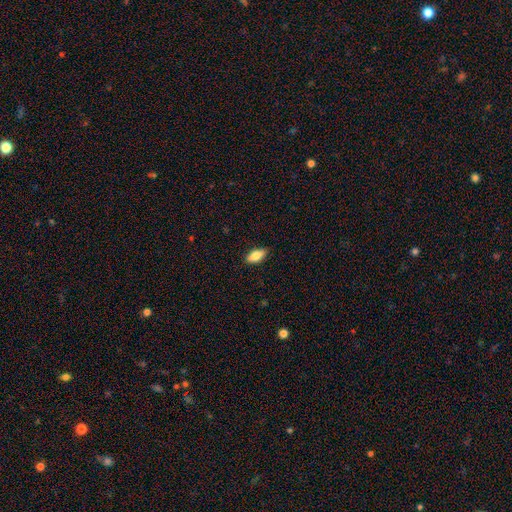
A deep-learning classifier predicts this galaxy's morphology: A smooth galaxy with no disk features (82%) that is in between round and cigar-shaped (87%).

Vote fractions:
- Smooth or featured? smooth: 82% / featured or disk: 11% / star or artifact: 7%
- How rounded? in between: 87% / cigar-shaped: 10% / round: 3%
- Merging? none: 85% / minor disturbance: 12% / major disturbance: 2% / merger: 1%